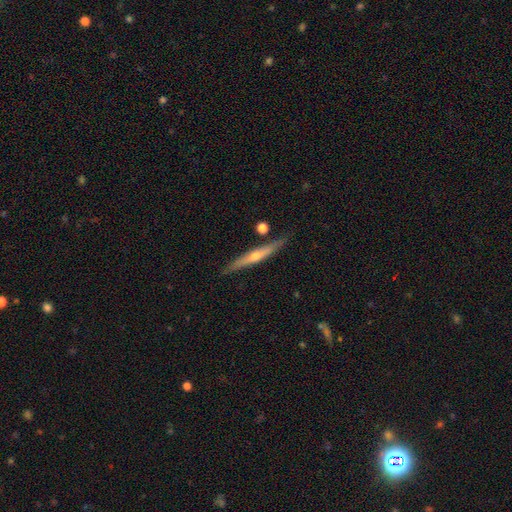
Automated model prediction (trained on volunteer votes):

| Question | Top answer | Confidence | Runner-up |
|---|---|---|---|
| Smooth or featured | featured or disk | 70% | smooth (24%) |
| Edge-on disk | yes | 96% | no (4%) |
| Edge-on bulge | rounded | 76% | none (20%) |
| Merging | none | 86% | minor disturbance (10%) |